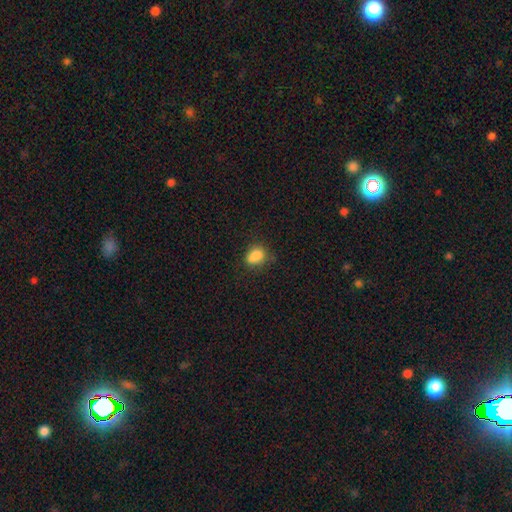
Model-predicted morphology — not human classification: Smooth or featured? smooth (81%)
How rounded? in between (55%)
Merging? none (54%)